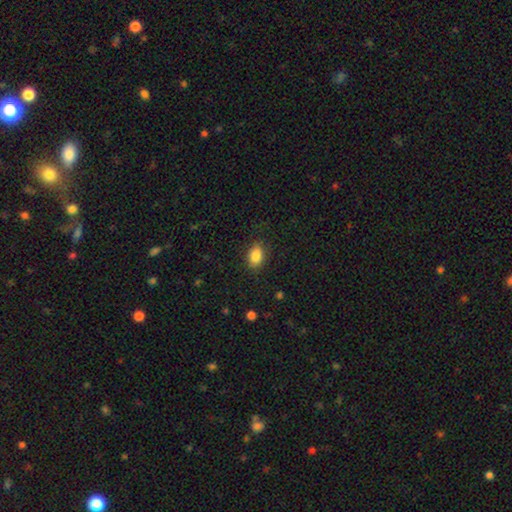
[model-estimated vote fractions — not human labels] smooth 87%, star or artifact 8%, featured or disk 5%. Down the decision tree: how rounded — in between (85%); merging — none (85%).